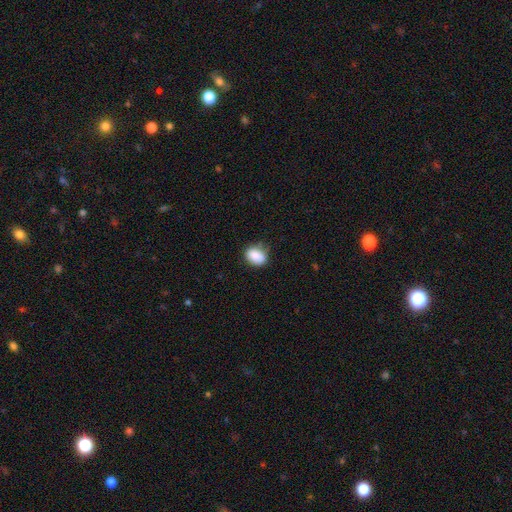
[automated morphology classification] A smooth galaxy with no disk features (86%) that is in between round and cigar-shaped (66%). Merging: none (66%).